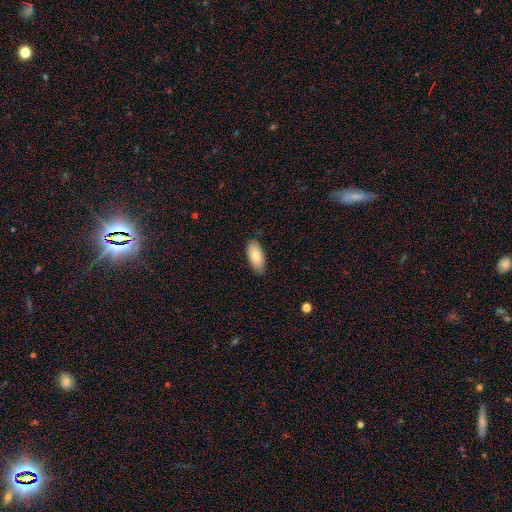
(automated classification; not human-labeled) Morphology: type=smooth (81%); roundness=in between (91%); merging=none (85%).